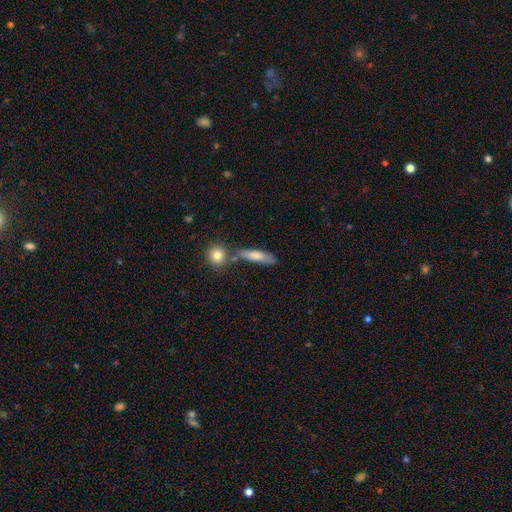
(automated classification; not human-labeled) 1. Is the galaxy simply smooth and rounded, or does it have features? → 74% smooth, 19% featured or disk, 7% star or artifact.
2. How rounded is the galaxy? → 66% cigar-shaped, 30% in between, 4% round.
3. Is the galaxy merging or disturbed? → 64% none, 16% minor disturbance, 15% merger, 5% major disturbance.